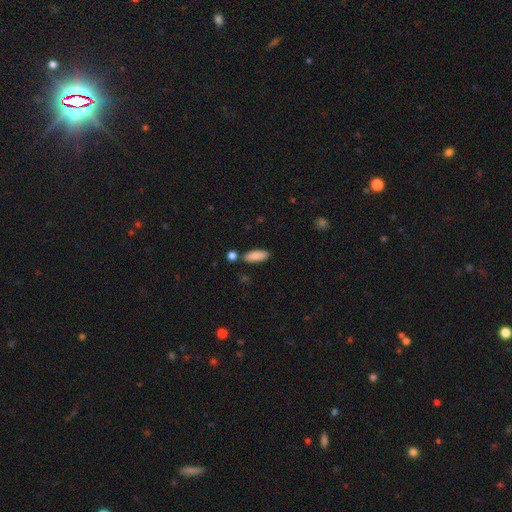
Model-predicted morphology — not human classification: smooth_or_featured: smooth (p=0.88) [alt: star or artifact p=0.07]
how_rounded: in between (p=0.75) [alt: cigar-shaped p=0.23]
merging: none (p=0.79) [alt: minor disturbance p=0.11]